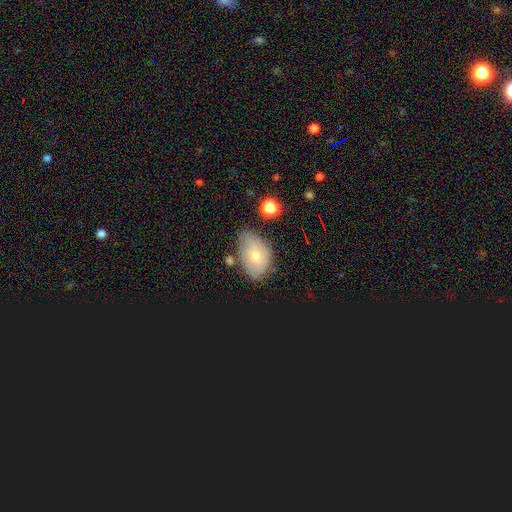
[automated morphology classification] This appears to be a smooth galaxy with no disk features (58%) that is in between round and cigar-shaped (87%). Merging: none (60%).